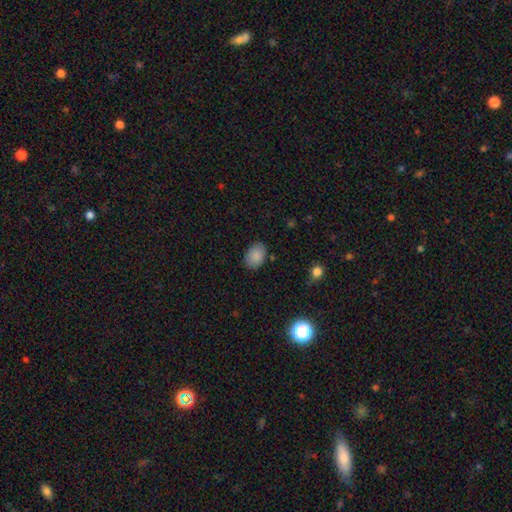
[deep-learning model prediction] Smooth or featured? Predicted: smooth (p=0.87). How rounded? Predicted: in between (p=0.79). Merging? Predicted: none (p=0.83).